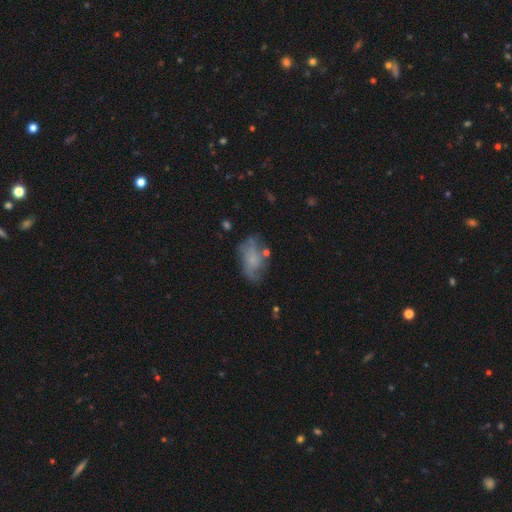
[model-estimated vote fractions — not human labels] Smooth or featured: featured or disk — 45% (tied with smooth — 45%)
Merging: none — 48% (minor disturbance — 28%)